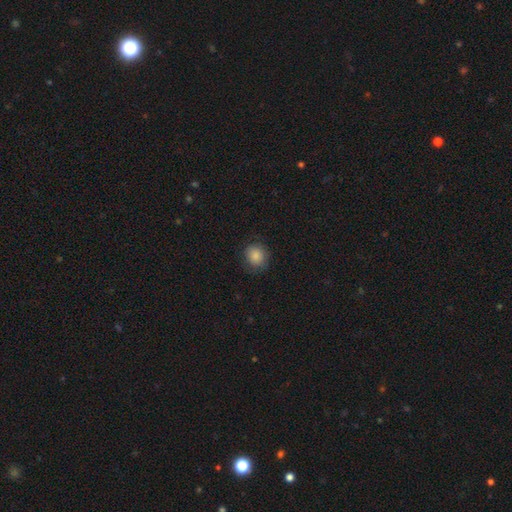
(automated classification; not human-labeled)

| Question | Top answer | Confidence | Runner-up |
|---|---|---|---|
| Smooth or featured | smooth | 86% | star or artifact (9%) |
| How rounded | round | 83% | in between (16%) |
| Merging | none | 83% | minor disturbance (12%) |